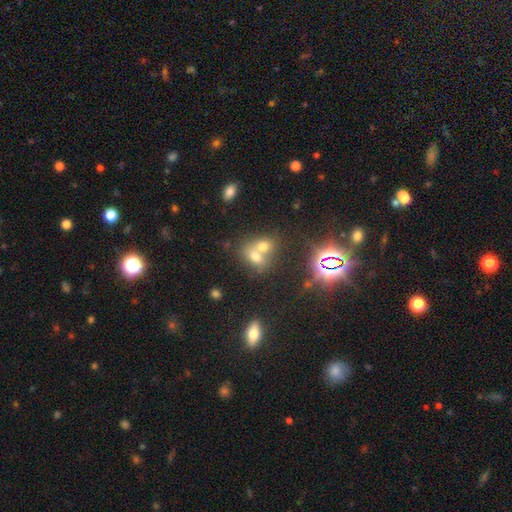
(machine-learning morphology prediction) Smooth or featured? Predicted: smooth (p=0.47). Merging? Predicted: merger (p=0.59).